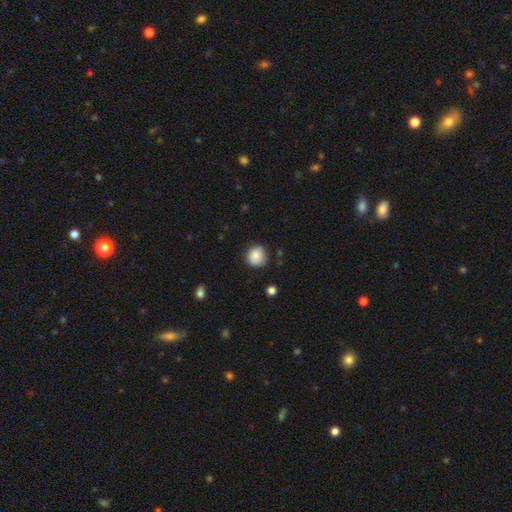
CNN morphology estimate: A smooth galaxy with no disk features (86%) that is round (87%).

Vote fractions:
- Smooth or featured? smooth: 86% / star or artifact: 9% / featured or disk: 5%
- How rounded? round: 87% / in between: 12% / cigar-shaped: 1%
- Merging? none: 77% / minor disturbance: 18% / major disturbance: 4% / merger: 2%